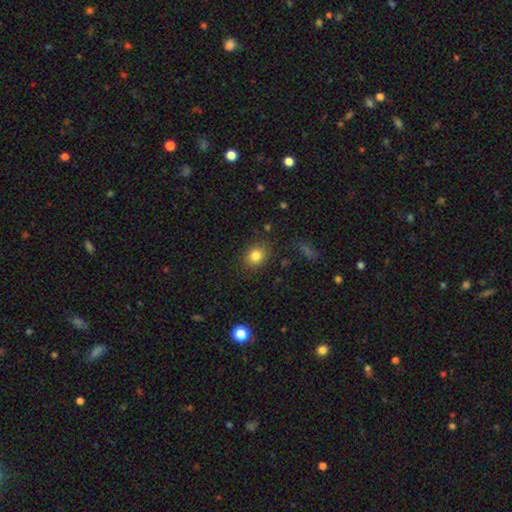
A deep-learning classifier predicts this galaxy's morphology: smooth-or-featured: smooth: 82% | star or artifact: 11% | featured or disk: 7%
  how-rounded: round: 60% | in between: 39% | cigar-shaped: 1%
  merging: none: 84% | minor disturbance: 11% | major disturbance: 3% | merger: 2%